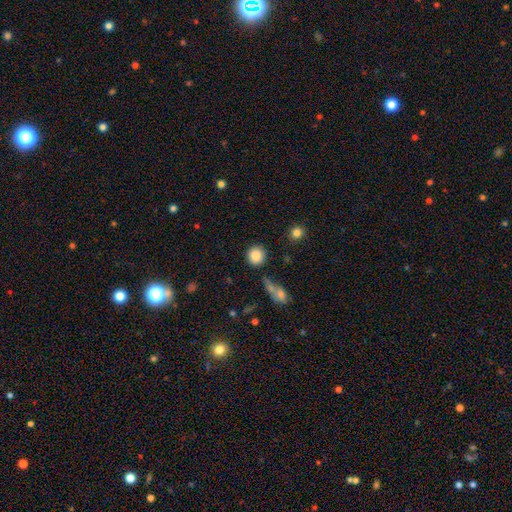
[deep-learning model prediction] Smooth or featured: smooth — 86% (star or artifact — 9%)
How rounded: round — 90% (in between — 9%)
Merging: none — 83% (minor disturbance — 9%)